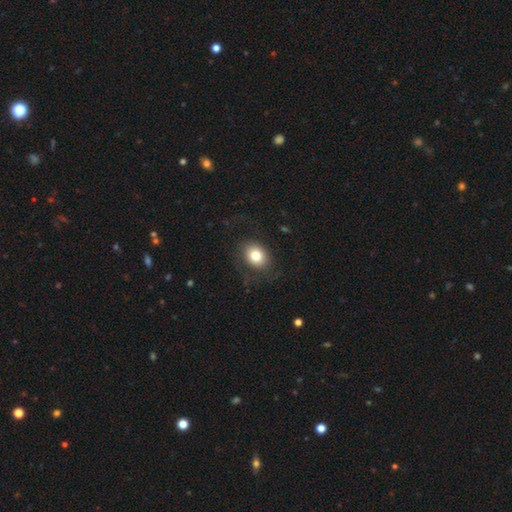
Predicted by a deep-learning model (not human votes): Smooth or featured: smooth — 77% (featured or disk — 14%)
How rounded: in between — 55% (round — 44%)
Merging: none — 76% (minor disturbance — 14%)